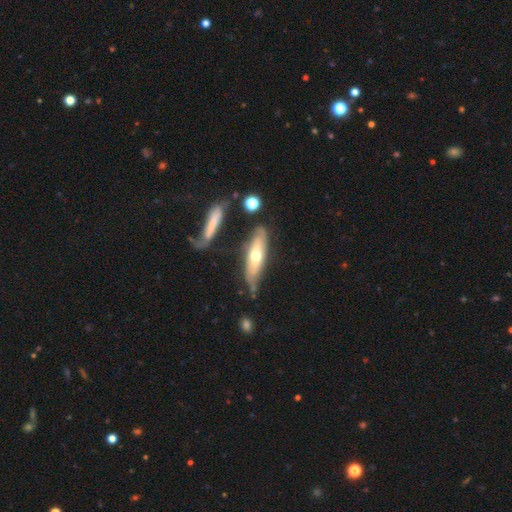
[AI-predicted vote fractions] This appears to be a featured or disk galaxy (51%) viewed edge-on (52%). Merging: none (64%).